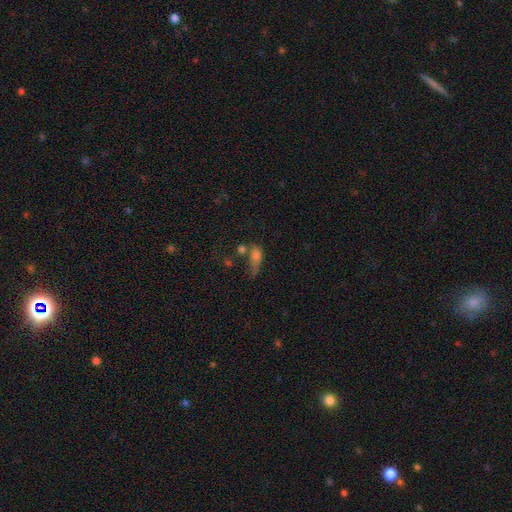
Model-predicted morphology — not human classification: A smooth galaxy with no disk features (65%) that is in between round and cigar-shaped (70%).

Vote fractions:
- Smooth or featured? smooth: 65% / featured or disk: 20% / star or artifact: 15%
- How rounded? in between: 70% / round: 16% / cigar-shaped: 14%
- Merging? major disturbance: 31% / merger: 26% / none: 23% / minor disturbance: 20%